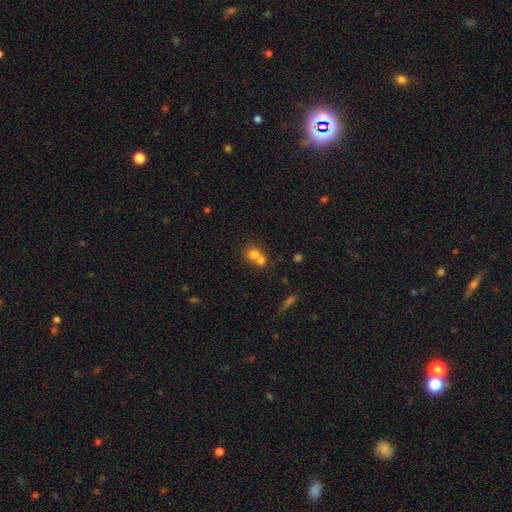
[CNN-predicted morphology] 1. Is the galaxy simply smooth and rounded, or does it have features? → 73% smooth, 15% featured or disk, 12% star or artifact.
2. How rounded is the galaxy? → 78% round, 21% in between, 1% cigar-shaped.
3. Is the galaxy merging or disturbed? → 61% merger, 31% none, 5% minor disturbance, 3% major disturbance.